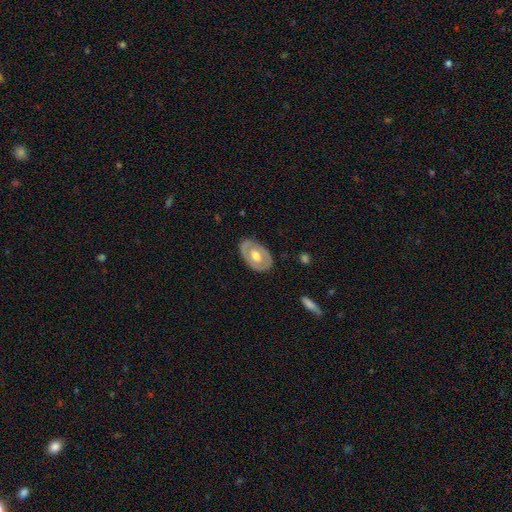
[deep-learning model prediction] The model was most divided on "smooth or featured": featured or disk: 56%, smooth: 39%, star or artifact: 5%. More confident: edge-on disk — no (90%); merging — none (81%); spiral arms — no (76%); bar — no (73%); bulge size — moderate (68%).